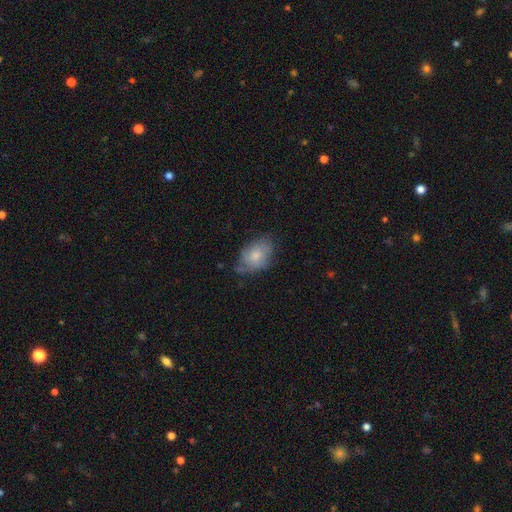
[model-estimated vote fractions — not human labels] smooth_or_featured: smooth (p=0.68) [alt: featured or disk p=0.24]
how_rounded: in between (p=0.78) [alt: round p=0.20]
merging: none (p=0.54) [alt: minor disturbance p=0.33]